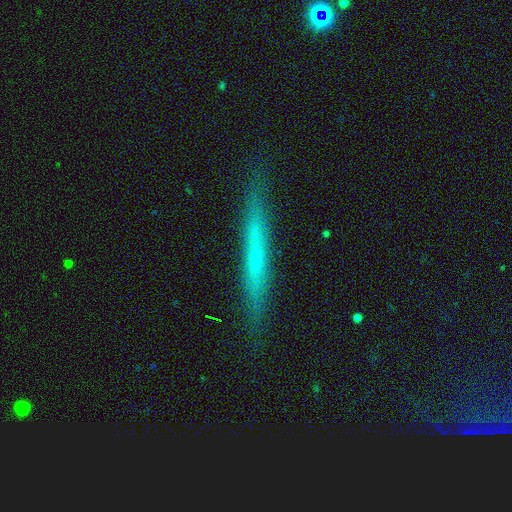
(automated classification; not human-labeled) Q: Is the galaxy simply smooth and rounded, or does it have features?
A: featured or disk — 50%.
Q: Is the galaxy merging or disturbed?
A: none — 90%.